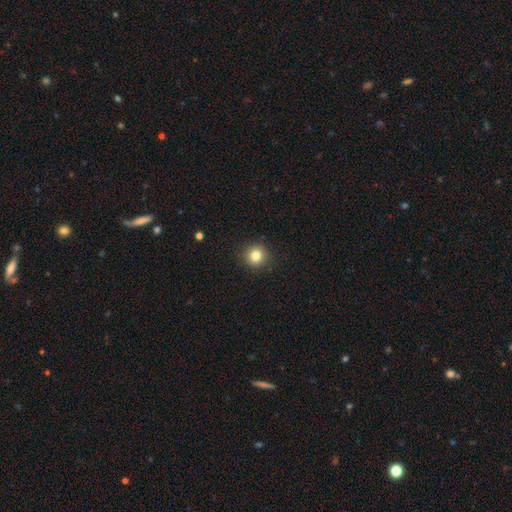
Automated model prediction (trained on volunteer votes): This is clearly a smooth galaxy (82%). How rounded: clearly round (93%). Merging: clearly none (91%).